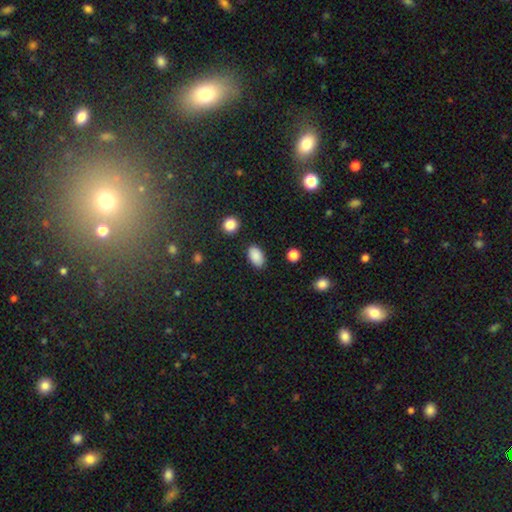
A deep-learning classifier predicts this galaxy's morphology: smooth-or-featured: smooth: 88% | star or artifact: 8% | featured or disk: 4%
  how-rounded: in between: 92% | round: 6% | cigar-shaped: 2%
  merging: none: 86% | minor disturbance: 10% | major disturbance: 3% | merger: 2%